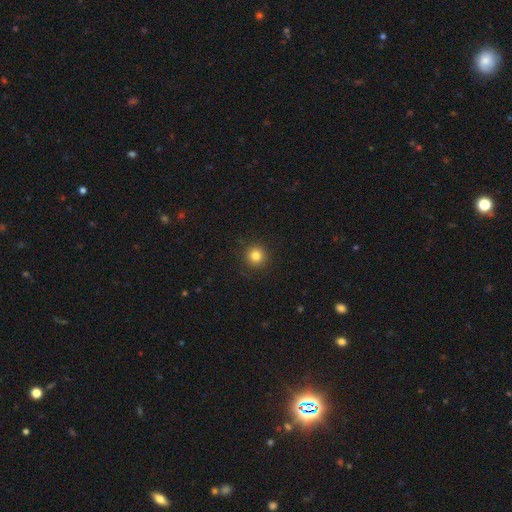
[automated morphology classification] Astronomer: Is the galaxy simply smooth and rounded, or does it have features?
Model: smooth — 82%.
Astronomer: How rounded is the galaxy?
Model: round — 95%.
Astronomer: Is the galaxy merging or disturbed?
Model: none — 91%.